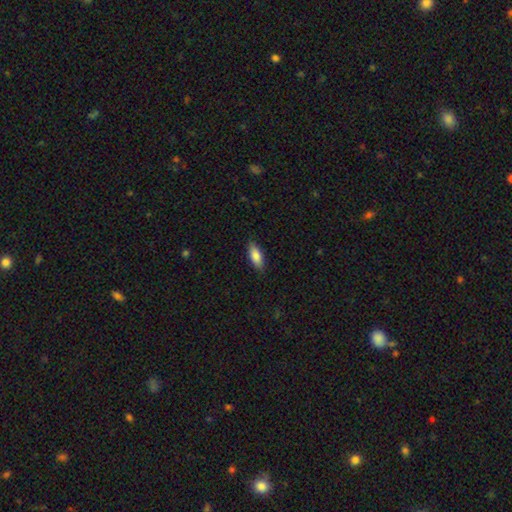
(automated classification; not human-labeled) Smooth or featured?
  - smooth: 84% *
  - featured or disk: 10%
  - star or artifact: 6%
How rounded?
  - in between: 75% *
  - cigar-shaped: 23%
  - round: 2%
Merging?
  - none: 86% *
  - minor disturbance: 11%
  - major disturbance: 2%
  - merger: 1%